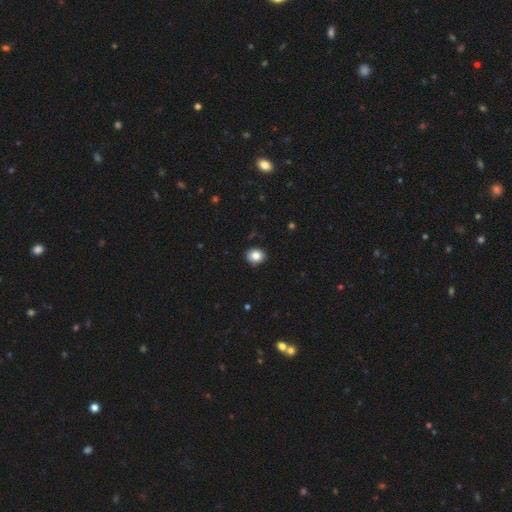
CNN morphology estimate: type=smooth (84%); roundness=round (58%); merging=none (88%).